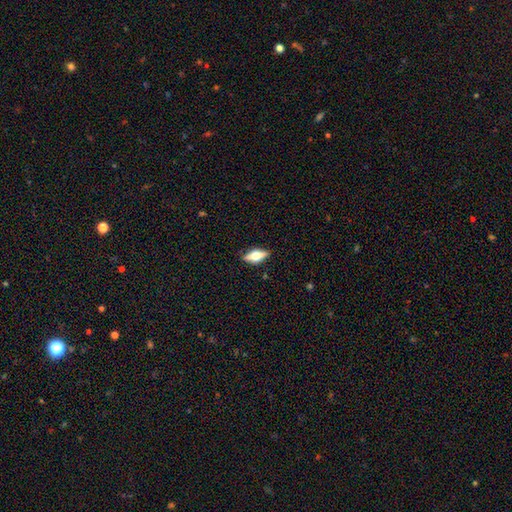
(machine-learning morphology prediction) smooth_or_featured: featured or disk (p=0.49) [alt: smooth p=0.43]
merging: none (p=0.85) [alt: minor disturbance p=0.11]